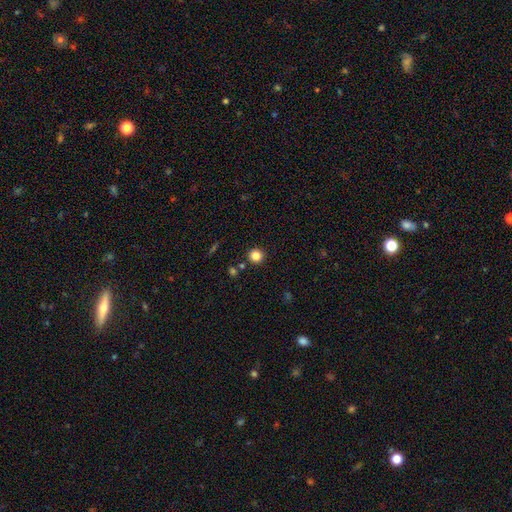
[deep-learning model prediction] This is clearly a smooth galaxy (83%). How rounded: clearly round (93%). Merging: clearly none (89%).